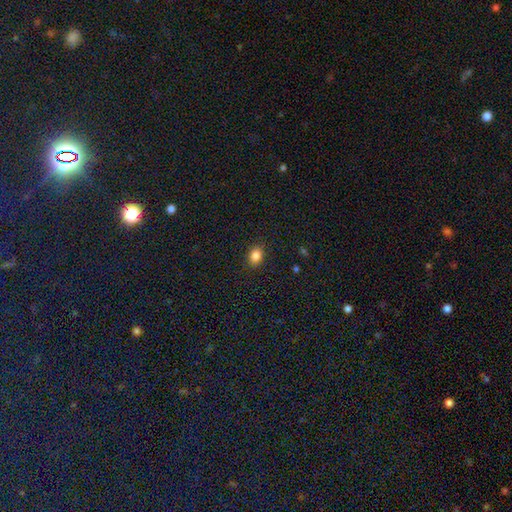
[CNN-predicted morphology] type=smooth (85%); roundness=in between (56%); merging=none (88%).